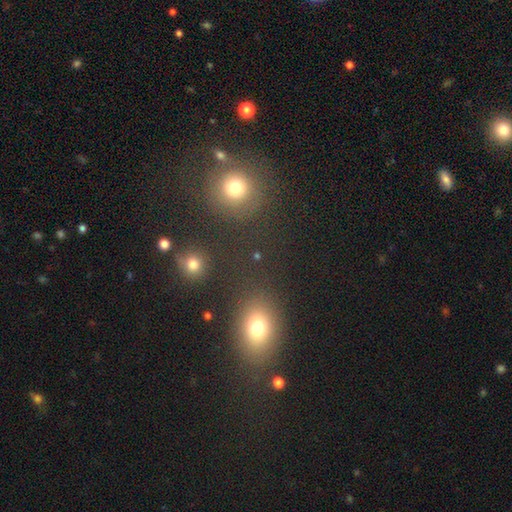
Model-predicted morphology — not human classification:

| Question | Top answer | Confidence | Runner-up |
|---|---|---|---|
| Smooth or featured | smooth | 62% | star or artifact (30%) |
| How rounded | round | 64% | in between (34%) |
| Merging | none | 81% | minor disturbance (8%) |